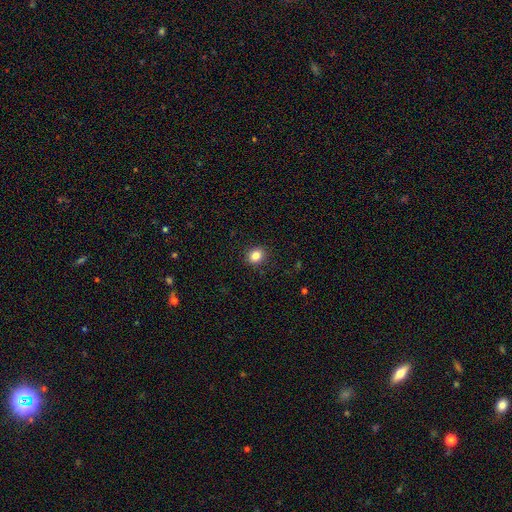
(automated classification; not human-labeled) Overall: smooth (84%). How rounded: round (72%). Merging: none (91%).